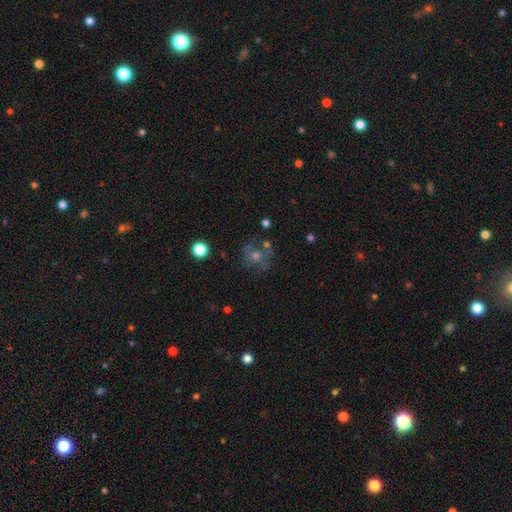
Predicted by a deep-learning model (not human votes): This is marginally a featured or disk galaxy (42%). Merging: likely none (67%).